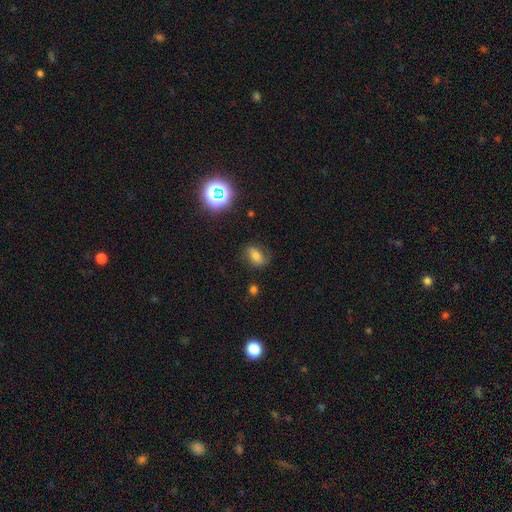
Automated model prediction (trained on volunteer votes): This is likely a smooth galaxy (65%). How rounded: clearly in between (81%). Merging: likely none (72%).